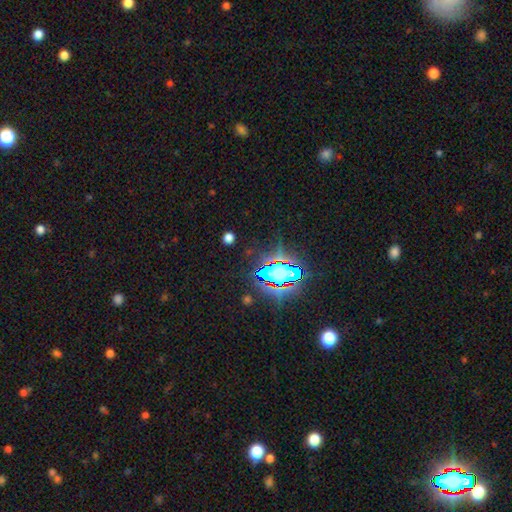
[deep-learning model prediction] Overall: star or artifact (80%).